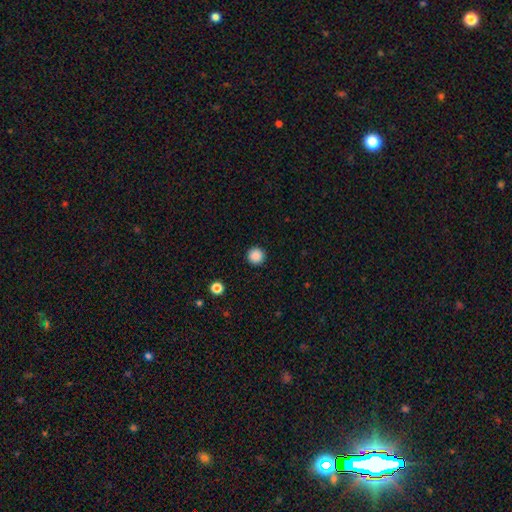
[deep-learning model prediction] Overall: smooth (87%). How rounded: round (96%). Merging: none (93%).